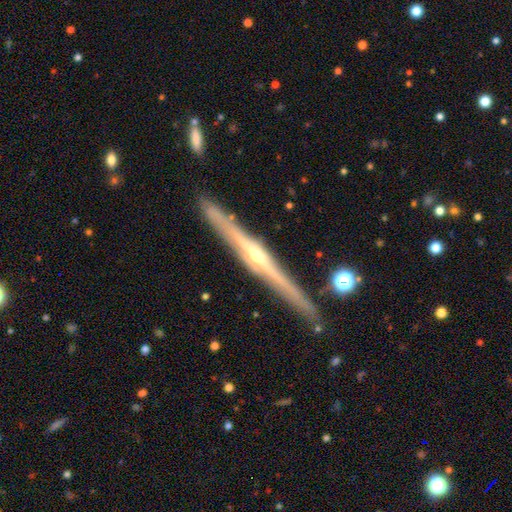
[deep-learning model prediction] This is clearly a featured or disk galaxy (85%). It is clearly viewed edge-on (98%). Edge-on bulge: clearly rounded (84%). Merging: clearly none (88%).